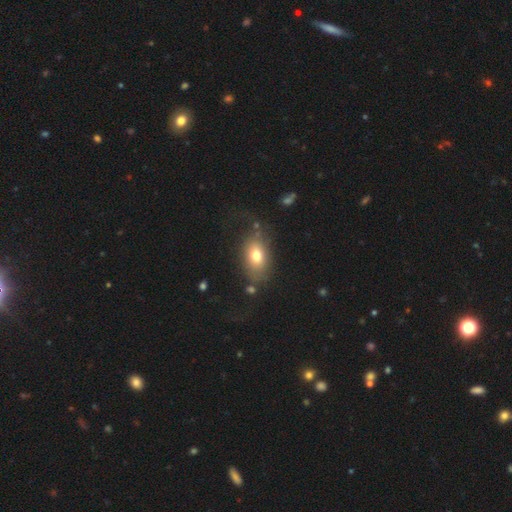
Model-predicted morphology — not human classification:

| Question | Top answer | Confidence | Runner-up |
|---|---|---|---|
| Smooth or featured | smooth | 74% | featured or disk (17%) |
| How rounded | in between | 84% | round (14%) |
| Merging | none | 67% | minor disturbance (18%) |